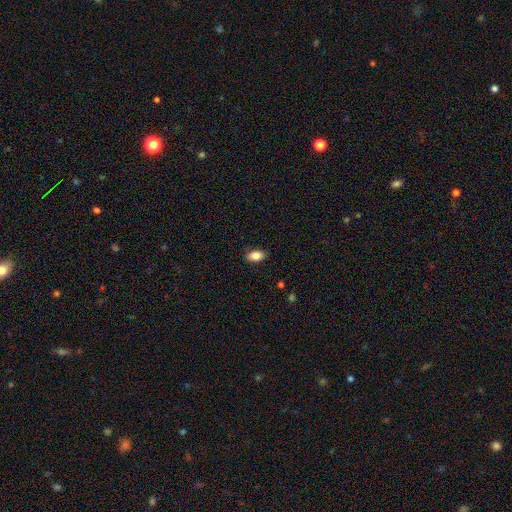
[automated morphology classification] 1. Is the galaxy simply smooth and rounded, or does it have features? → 85% smooth, 8% star or artifact, 7% featured or disk.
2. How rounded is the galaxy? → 91% in between, 6% round, 3% cigar-shaped.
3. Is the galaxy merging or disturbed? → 87% none, 10% minor disturbance, 2% major disturbance, 1% merger.